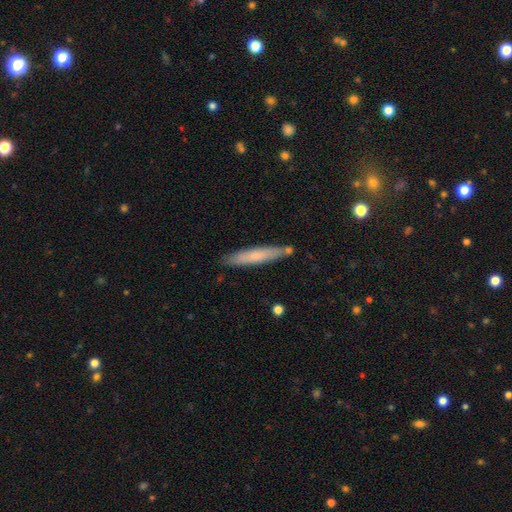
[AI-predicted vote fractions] Smooth or featured?
  - smooth: 66% *
  - featured or disk: 28%
  - star or artifact: 6%
How rounded?
  - cigar-shaped: 91% *
  - in between: 7%
  - round: 1%
Merging?
  - none: 82% *
  - minor disturbance: 12%
  - merger: 4%
  - major disturbance: 2%